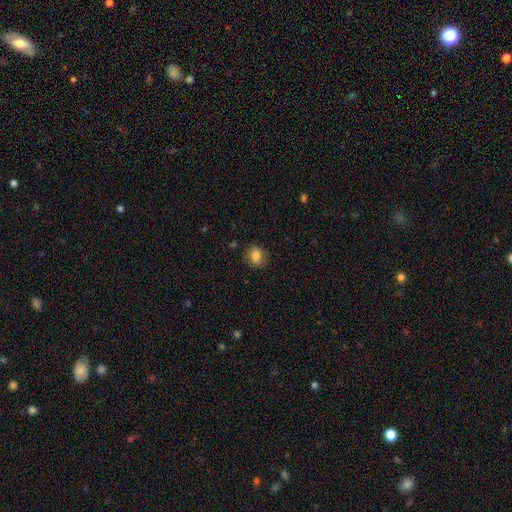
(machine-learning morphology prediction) Overall: smooth (82%). How rounded: round (51%; in between 48%). Merging: none (78%).